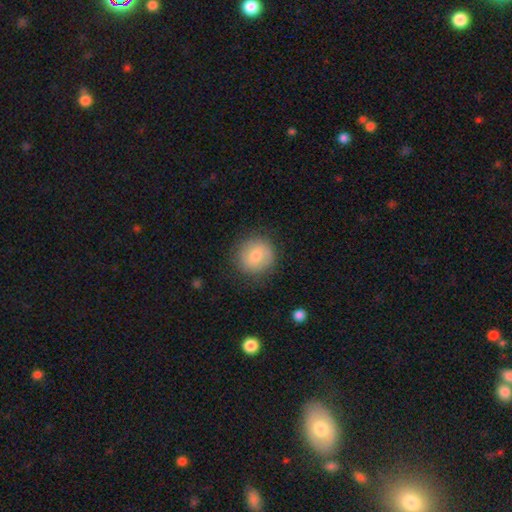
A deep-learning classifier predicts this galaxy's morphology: Q: Smooth or featured?
A: smooth (75%); runner-up: featured or disk (17%)
Q: How rounded?
A: round (90%); runner-up: in between (9%)
Q: Merging?
A: none (84%); runner-up: minor disturbance (11%)